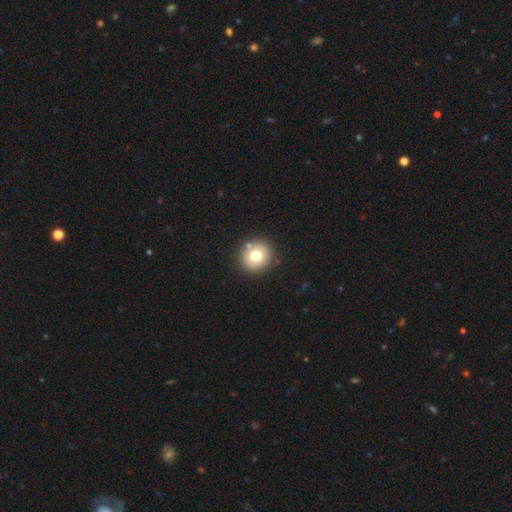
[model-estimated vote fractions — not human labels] Smooth or featured? Predicted: smooth (p=0.73). How rounded? Predicted: round (p=0.90). Merging? Predicted: none (p=0.85).